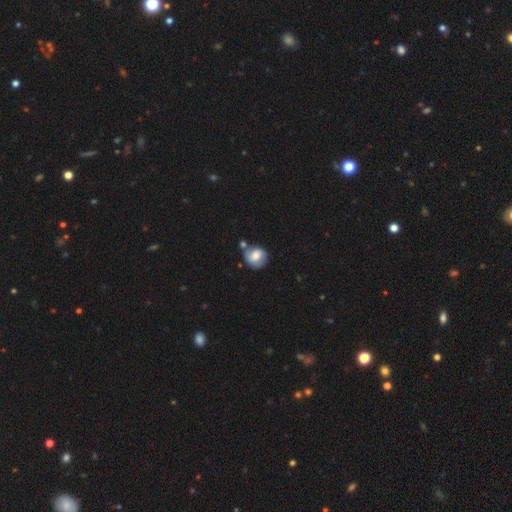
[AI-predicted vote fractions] Smooth or featured? Predicted: smooth (p=0.66). How rounded? Predicted: round (p=0.82). Merging? Predicted: none (p=0.55).